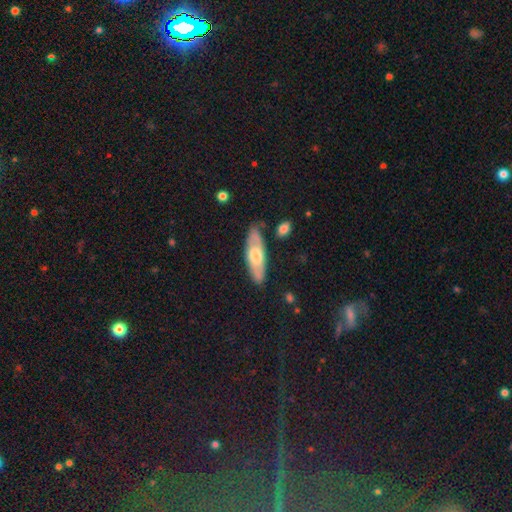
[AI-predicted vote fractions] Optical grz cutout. It shows a smooth galaxy with no disk features (49%). Merging: none (80%).